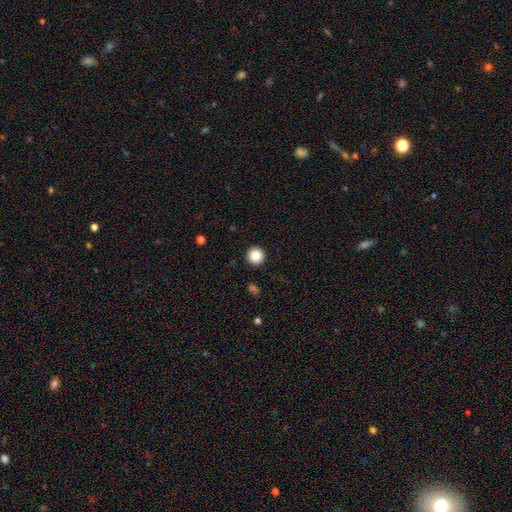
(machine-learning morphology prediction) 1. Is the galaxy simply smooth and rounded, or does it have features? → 86% smooth, 9% star or artifact, 4% featured or disk.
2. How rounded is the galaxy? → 96% round, 3% in between, 1% cigar-shaped.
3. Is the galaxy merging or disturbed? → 93% none, 4% minor disturbance, 2% major disturbance, 1% merger.